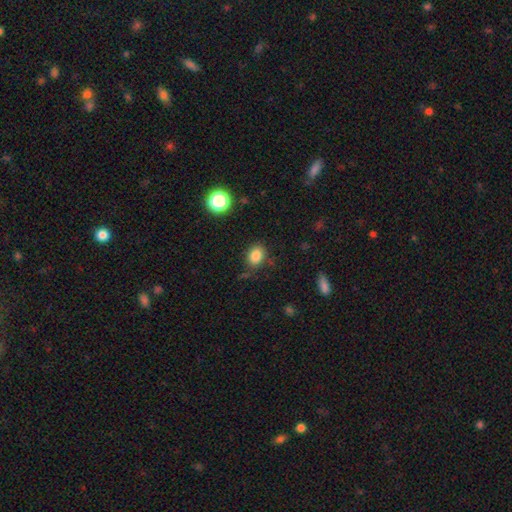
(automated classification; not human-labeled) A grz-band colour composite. It shows a smooth galaxy with no disk features (84%) that is in between round and cigar-shaped (56%). Merging: none (79%).